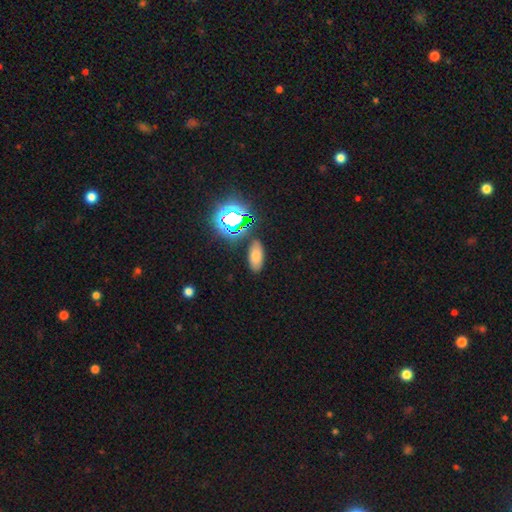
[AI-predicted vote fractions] Smooth or featured? Predicted: smooth (p=0.67). How rounded? Predicted: in between (p=0.87). Merging? Predicted: none (p=0.85).